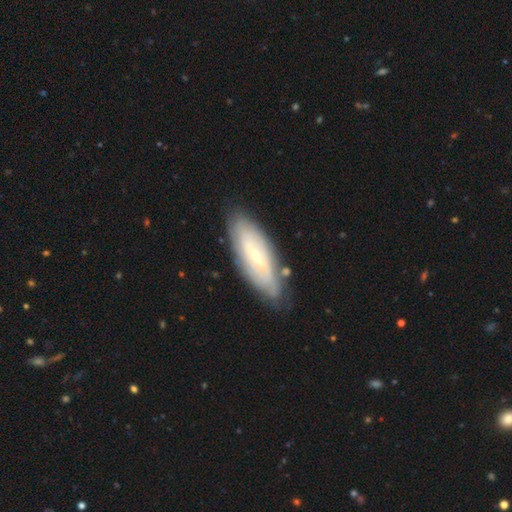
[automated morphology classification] This appears to be a featured or disk galaxy (68%) with a weak bar (42%), spiral arms (71%) and a small central bulge (65%). Merging: none (80%).